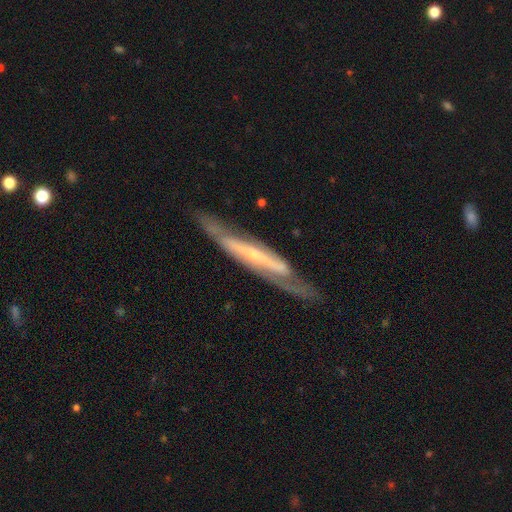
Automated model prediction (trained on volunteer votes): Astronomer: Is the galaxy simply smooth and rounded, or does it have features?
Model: featured or disk — 81%.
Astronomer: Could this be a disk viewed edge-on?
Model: yes — 54% (runner-up: no, 46%).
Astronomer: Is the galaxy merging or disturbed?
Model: none — 72%.